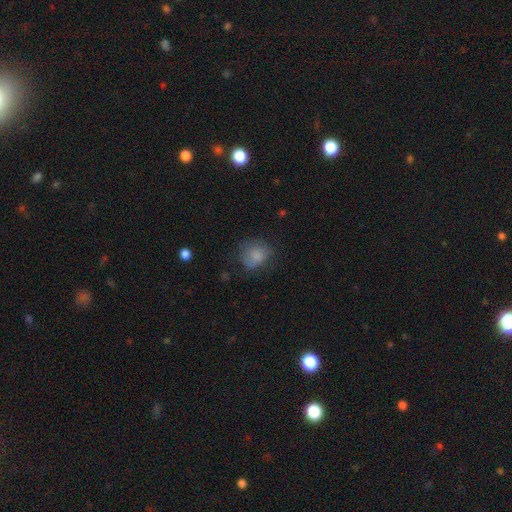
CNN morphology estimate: smooth_or_featured: smooth (p=0.76) [alt: featured or disk p=0.14]
how_rounded: round (p=0.68) [alt: in between p=0.31]
merging: none (p=0.55) [alt: minor disturbance p=0.27]